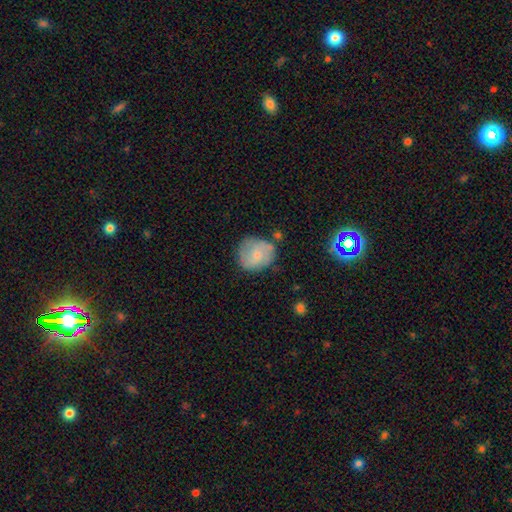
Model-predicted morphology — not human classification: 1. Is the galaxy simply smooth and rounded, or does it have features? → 63% smooth, 30% featured or disk, 7% star or artifact.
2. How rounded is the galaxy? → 81% round, 18% in between, 1% cigar-shaped.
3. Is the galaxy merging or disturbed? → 61% none, 25% minor disturbance, 8% major disturbance, 6% merger.